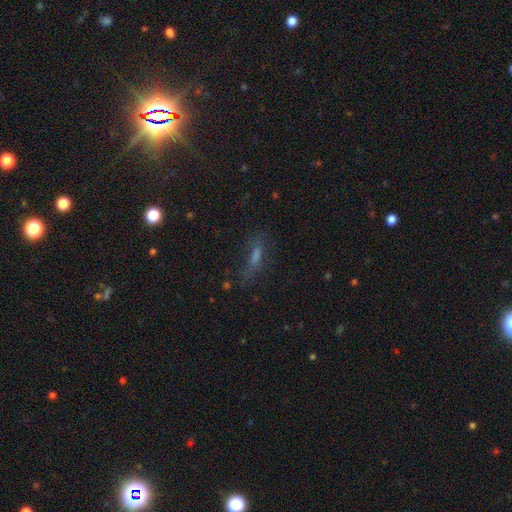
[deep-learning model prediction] Overall: smooth (44%; featured or disk 30%). Merging: none (59%; minor disturbance 21%).